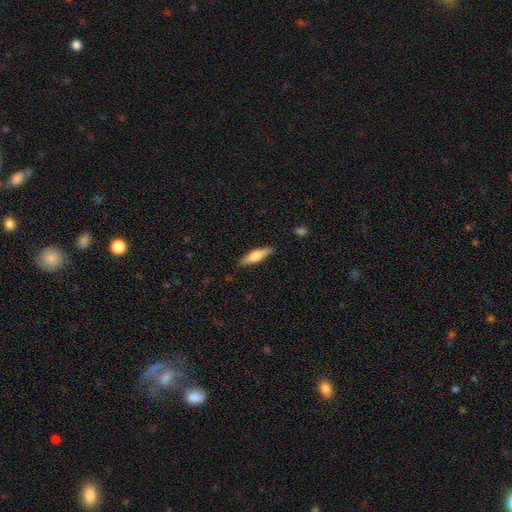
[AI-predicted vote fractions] smooth-or-featured: smooth: 52% | featured or disk: 43% | star or artifact: 6%
  how-rounded: cigar-shaped: 66% | in between: 32% | round: 2%
  merging: none: 88% | minor disturbance: 9% | major disturbance: 2% | merger: 1%